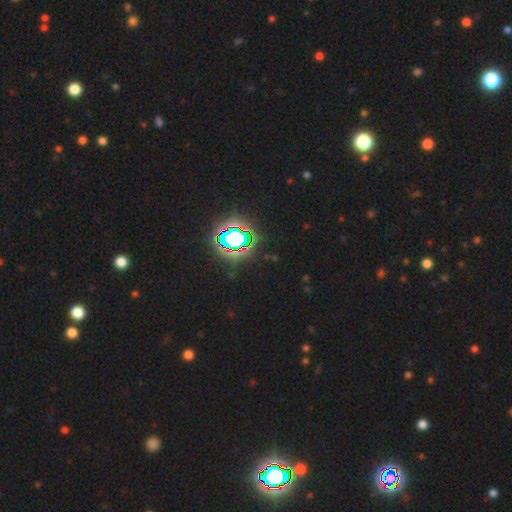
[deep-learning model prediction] Overall: star or artifact (84%).